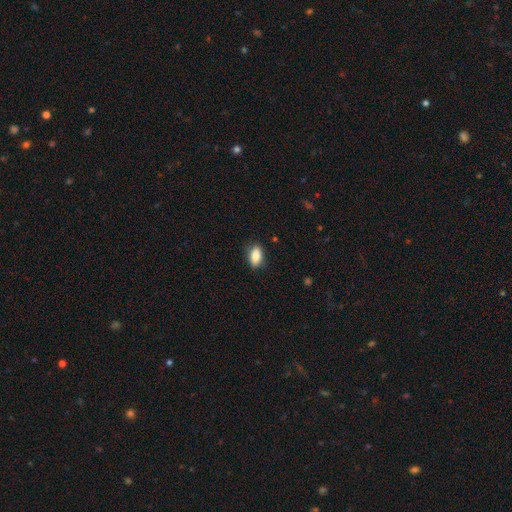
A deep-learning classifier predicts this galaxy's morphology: Q: Smooth or featured?
A: smooth (84%); runner-up: featured or disk (8%)
Q: How rounded?
A: in between (88%); runner-up: cigar-shaped (7%)
Q: Merging?
A: none (83%); runner-up: minor disturbance (13%)